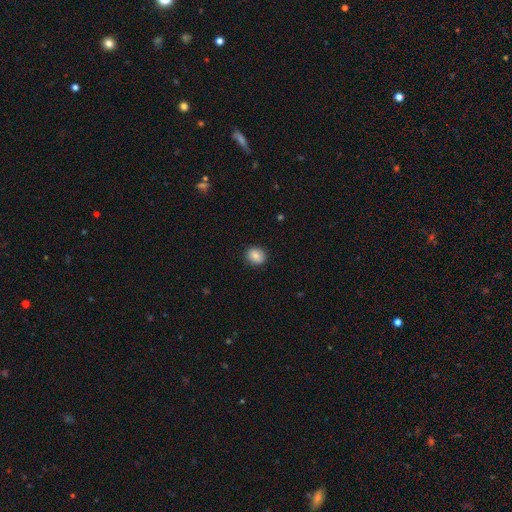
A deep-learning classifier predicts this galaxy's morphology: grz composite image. It shows a smooth galaxy with no disk features (83%) that is round (80%). Merging: none (88%).